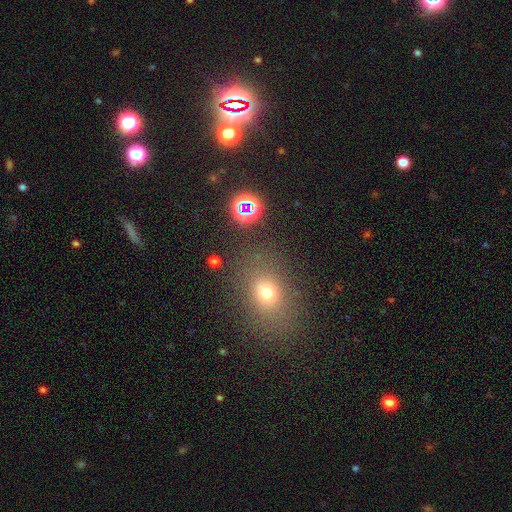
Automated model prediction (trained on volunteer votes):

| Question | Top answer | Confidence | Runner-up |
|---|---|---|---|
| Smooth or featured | smooth | 61% | star or artifact (28%) |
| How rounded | in between | 59% | round (39%) |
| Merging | none | 83% | minor disturbance (10%) |